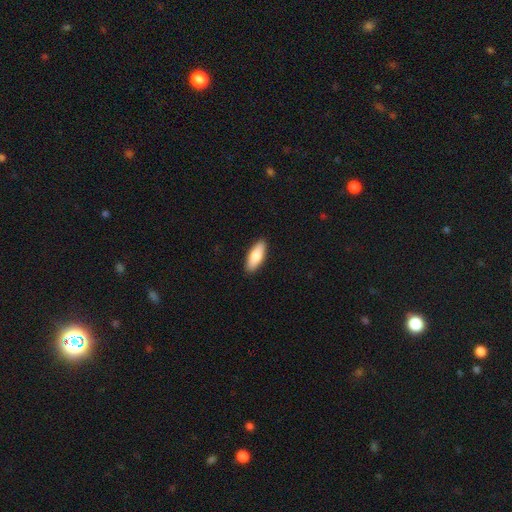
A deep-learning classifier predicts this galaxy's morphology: smooth 81%, featured or disk 13%, star or artifact 5%. Down the decision tree: how rounded — in between (69%); merging — none (90%).